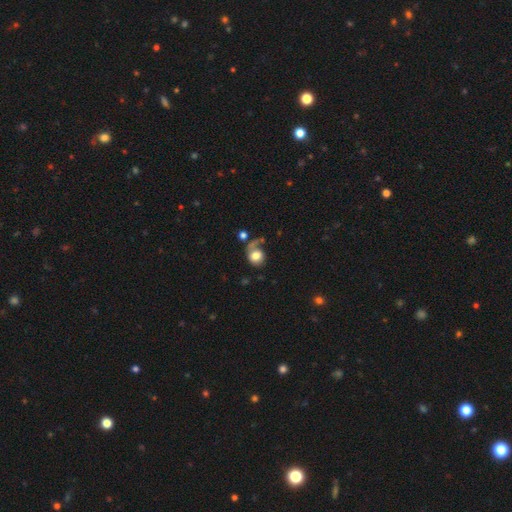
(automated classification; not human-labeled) smooth 67%, featured or disk 24%, star or artifact 9%. Down the decision tree: how rounded — round (72%); merging — none (40%).